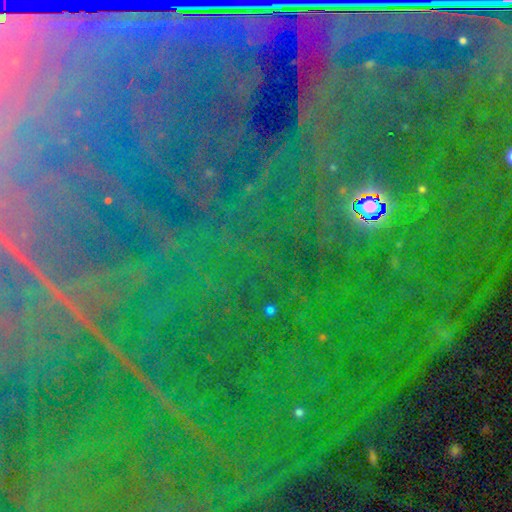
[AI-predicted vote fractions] Morphology: type=star or artifact (84%).